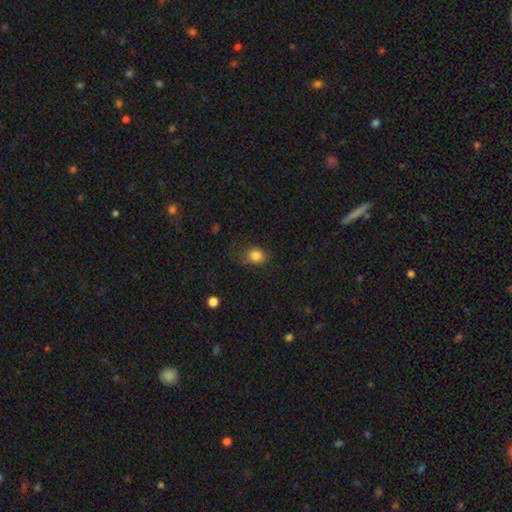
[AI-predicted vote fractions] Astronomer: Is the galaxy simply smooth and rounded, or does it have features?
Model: smooth — 83%.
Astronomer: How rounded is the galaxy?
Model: round — 61% (runner-up: in between, 38%).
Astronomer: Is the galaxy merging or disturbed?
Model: none — 59%.